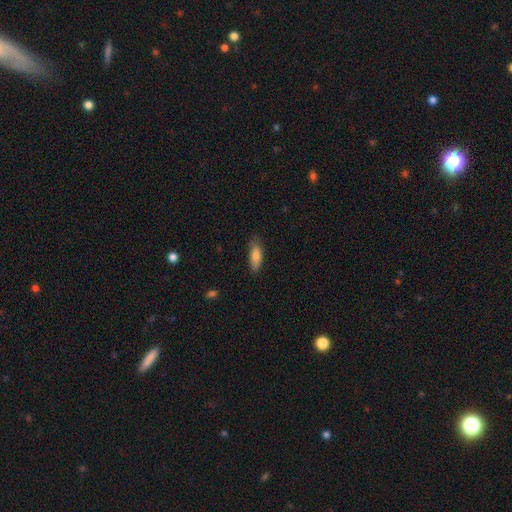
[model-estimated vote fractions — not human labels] A smooth galaxy with no disk features (79%) that is in between round and cigar-shaped (51%).

Vote fractions:
- Smooth or featured? smooth: 79% / featured or disk: 15% / star or artifact: 7%
- How rounded? in between: 51% / cigar-shaped: 47% / round: 2%
- Merging? none: 73% / minor disturbance: 21% / major disturbance: 4% / merger: 2%